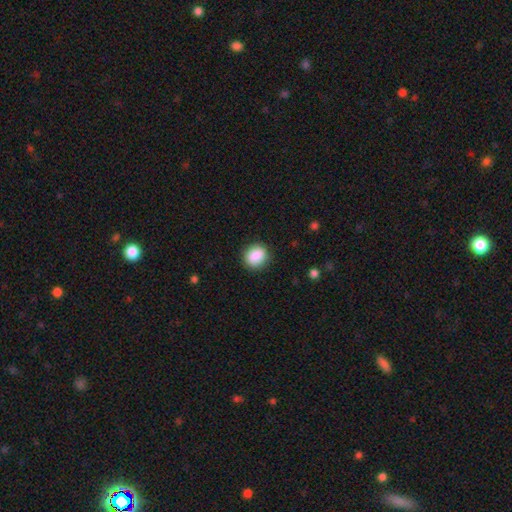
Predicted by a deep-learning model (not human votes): Morphology: type=smooth (88%); roundness=round (61%); merging=none (87%).